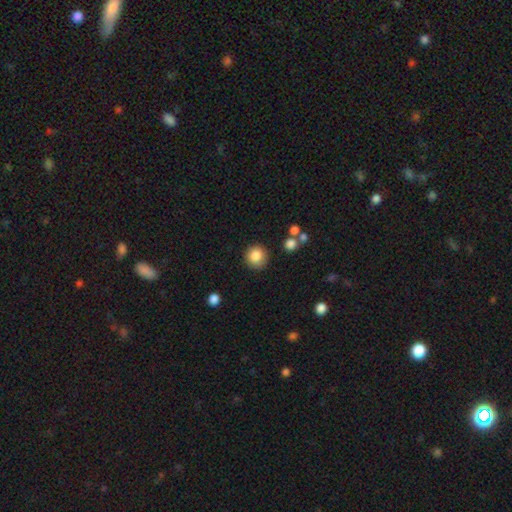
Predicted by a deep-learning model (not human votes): Smooth or featured? Predicted: smooth (p=0.85). How rounded? Predicted: round (p=0.93). Merging? Predicted: none (p=0.87).